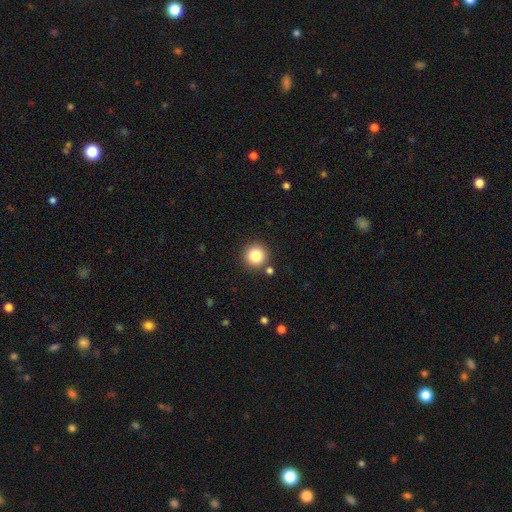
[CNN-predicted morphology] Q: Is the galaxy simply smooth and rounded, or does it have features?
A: smooth — 84%.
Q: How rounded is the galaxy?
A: round — 95%.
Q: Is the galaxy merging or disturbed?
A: none — 87%.